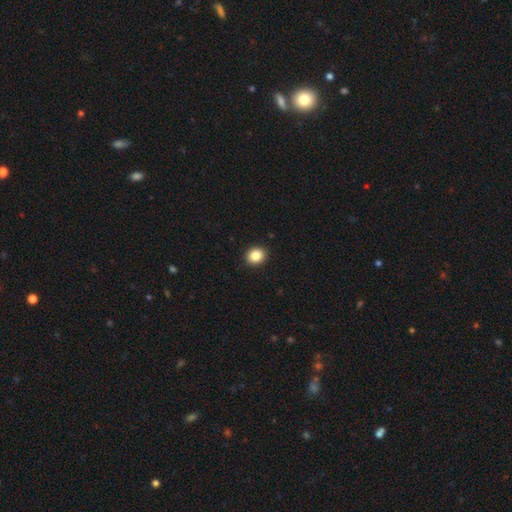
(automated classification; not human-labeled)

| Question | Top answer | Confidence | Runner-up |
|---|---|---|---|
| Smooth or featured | smooth | 86% | star or artifact (9%) |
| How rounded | round | 66% | in between (33%) |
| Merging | none | 92% | minor disturbance (5%) |